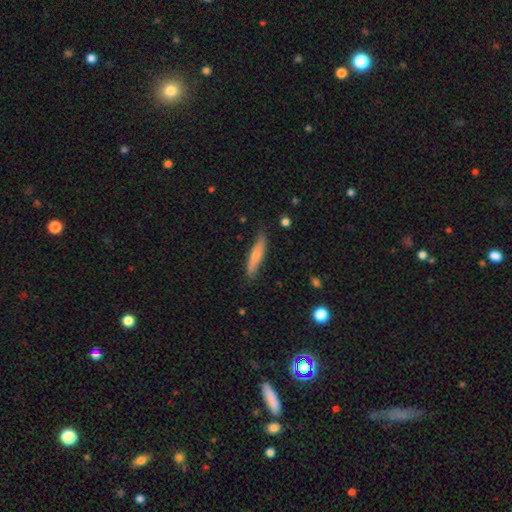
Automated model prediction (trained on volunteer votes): Smooth or featured?
  - smooth: 68% *
  - featured or disk: 26%
  - star or artifact: 6%
How rounded?
  - cigar-shaped: 84% *
  - in between: 15%
  - round: 2%
Merging?
  - none: 80% *
  - minor disturbance: 16%
  - major disturbance: 2%
  - merger: 2%